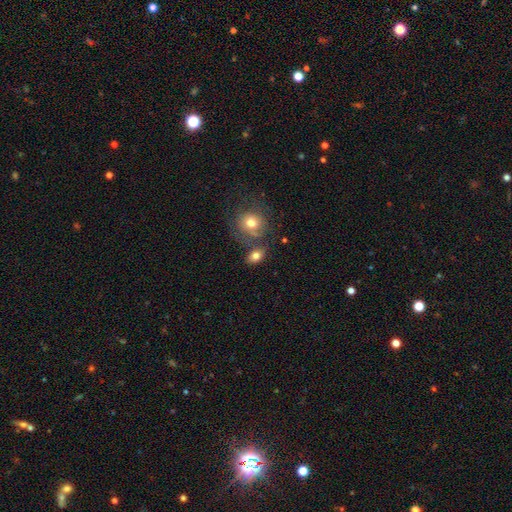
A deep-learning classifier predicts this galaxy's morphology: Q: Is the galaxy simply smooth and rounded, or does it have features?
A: smooth — 78%.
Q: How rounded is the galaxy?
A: in between — 75%.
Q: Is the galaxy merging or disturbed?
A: none — 62%.